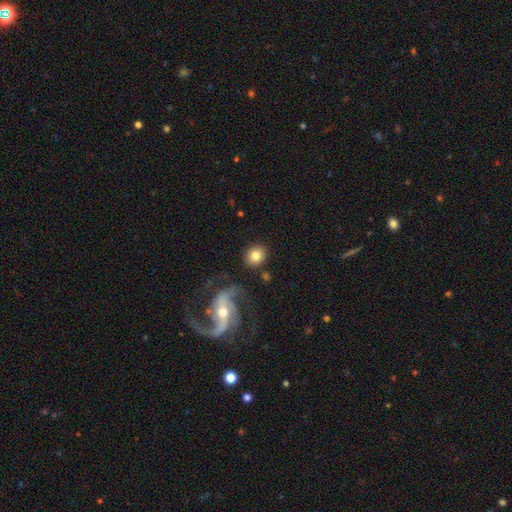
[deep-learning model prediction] Q: Smooth or featured?
A: smooth (77%); runner-up: featured or disk (15%)
Q: How rounded?
A: round (76%); runner-up: in between (23%)
Q: Merging?
A: none (82%); runner-up: minor disturbance (9%)